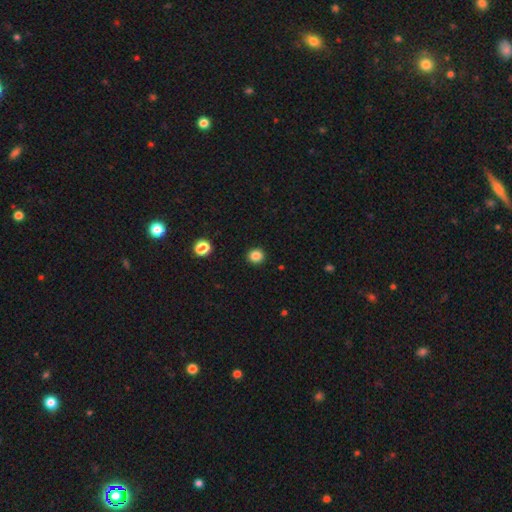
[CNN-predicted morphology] Smooth or featured? Predicted: smooth (p=0.85). How rounded? Predicted: round (p=0.88). Merging? Predicted: none (p=0.92).